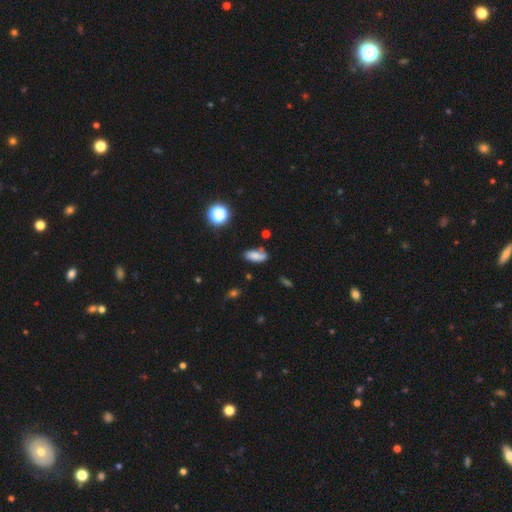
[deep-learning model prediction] Smooth or featured? smooth (74%)
How rounded? in between (83%)
Merging? none (69%)